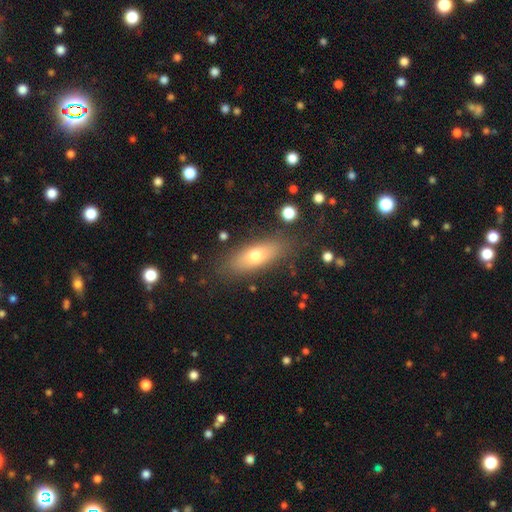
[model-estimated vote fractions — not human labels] Morphology: type=smooth (68%); roundness=in between (66%); merging=none (79%).